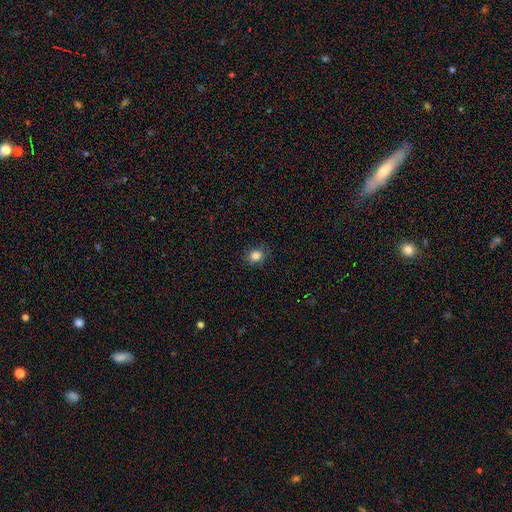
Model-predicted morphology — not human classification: The model was most divided on "how rounded": round: 67%, in between: 32%, cigar-shaped: 1%. More confident: merging — none (86%); smooth or featured — smooth (83%).